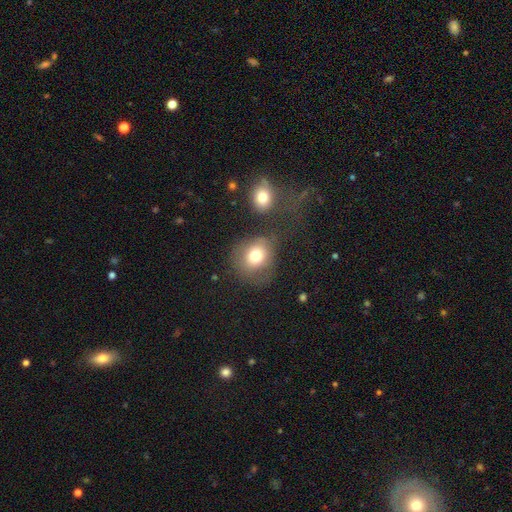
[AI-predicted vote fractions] Smooth or featured? smooth (74%)
How rounded? round (69%)
Merging? none (54%)